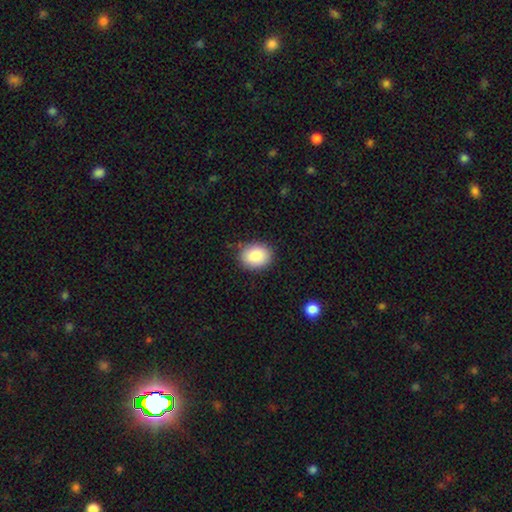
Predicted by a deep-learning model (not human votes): This appears to be a smooth galaxy with no disk features (88%) that is in between round and cigar-shaped (54%). Merging: none (85%).